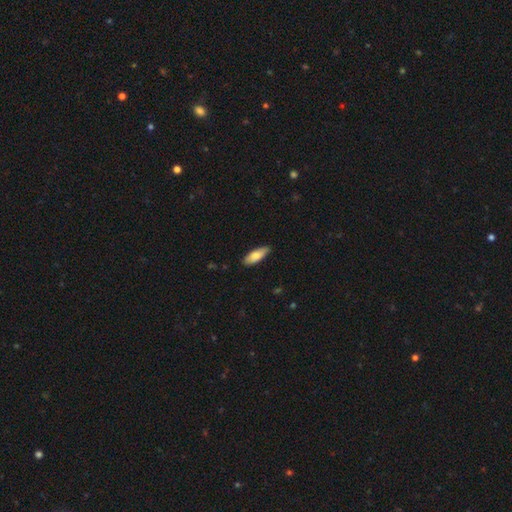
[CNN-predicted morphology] type=smooth (76%); roundness=in between (68%); merging=none (84%).